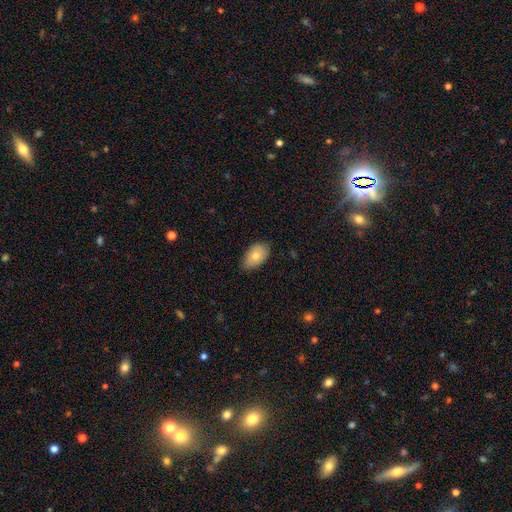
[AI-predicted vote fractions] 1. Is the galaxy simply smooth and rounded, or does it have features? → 75% smooth, 18% featured or disk, 7% star or artifact.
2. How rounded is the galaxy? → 91% in between, 8% round, 1% cigar-shaped.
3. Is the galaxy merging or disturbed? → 77% none, 19% minor disturbance, 3% major disturbance, 1% merger.